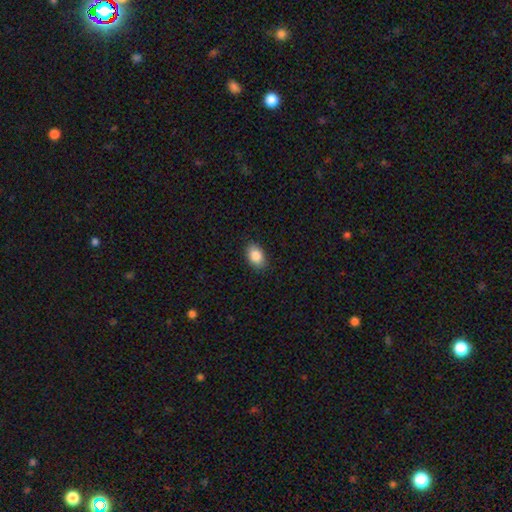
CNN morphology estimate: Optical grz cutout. It shows a smooth galaxy with no disk features (87%) that is in between round and cigar-shaped (85%). Merging: none (87%).